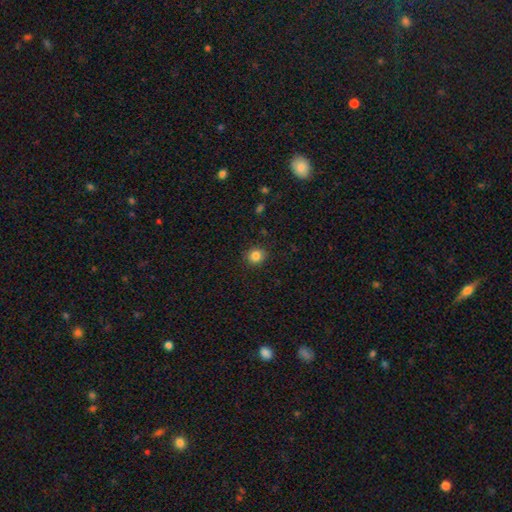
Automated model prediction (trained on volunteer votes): Smooth or featured? smooth (84%)
How rounded? round (84%)
Merging? none (89%)